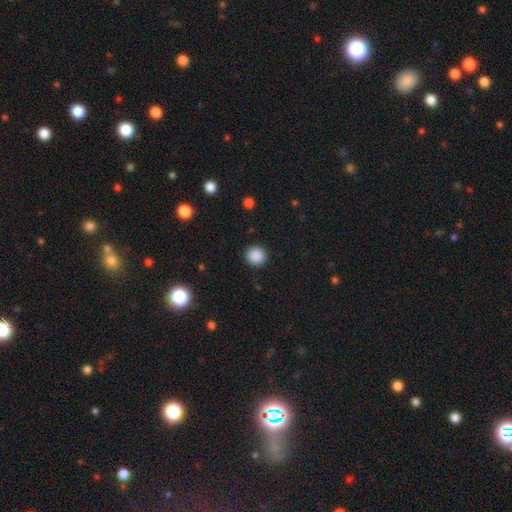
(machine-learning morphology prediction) Q: Smooth or featured?
A: smooth (88%); runner-up: star or artifact (9%)
Q: How rounded?
A: round (90%); runner-up: in between (9%)
Q: Merging?
A: none (92%); runner-up: minor disturbance (5%)